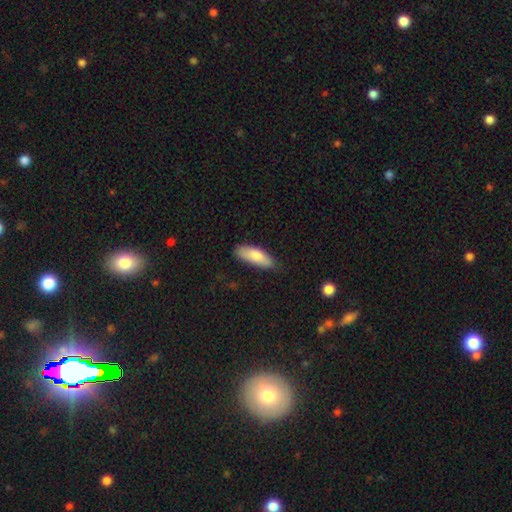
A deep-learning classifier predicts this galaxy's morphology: Q: Smooth or featured?
A: smooth (84%); runner-up: featured or disk (11%)
Q: How rounded?
A: in between (63%); runner-up: cigar-shaped (35%)
Q: Merging?
A: none (78%); runner-up: minor disturbance (17%)